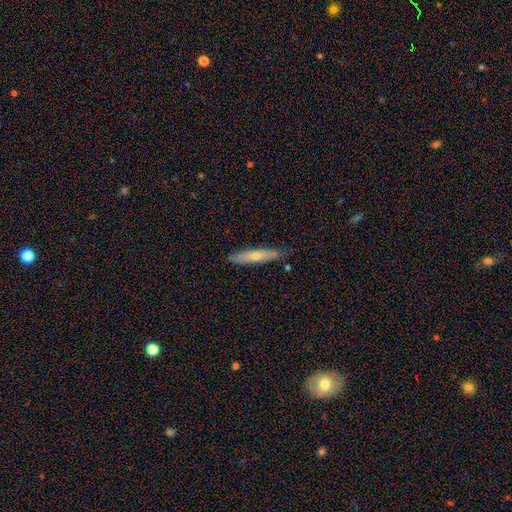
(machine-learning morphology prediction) Smooth or featured? smooth (52%)
How rounded? cigar-shaped (85%)
Merging? none (81%)